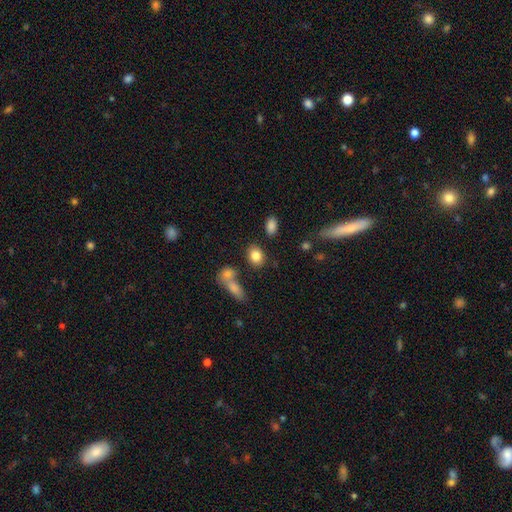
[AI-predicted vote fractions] Smooth or featured? Predicted: smooth (p=0.83). How rounded? Predicted: in between (p=0.67). Merging? Predicted: none (p=0.78).